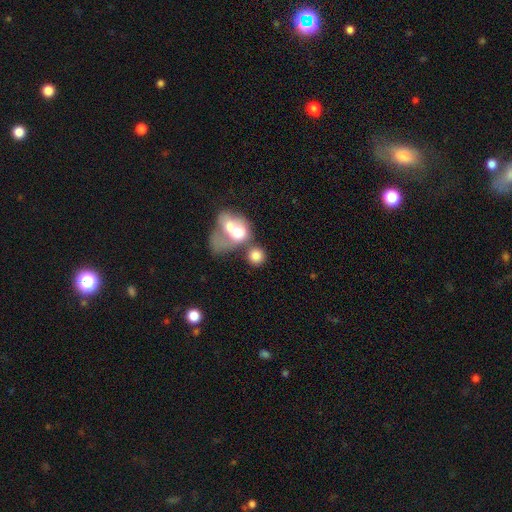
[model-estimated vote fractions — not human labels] Smooth or featured?
  - smooth: 74% *
  - featured or disk: 16%
  - star or artifact: 10%
How rounded?
  - round: 76% *
  - in between: 22%
  - cigar-shaped: 1%
Merging?
  - merger: 52% *
  - none: 30%
  - major disturbance: 10%
  - minor disturbance: 8%